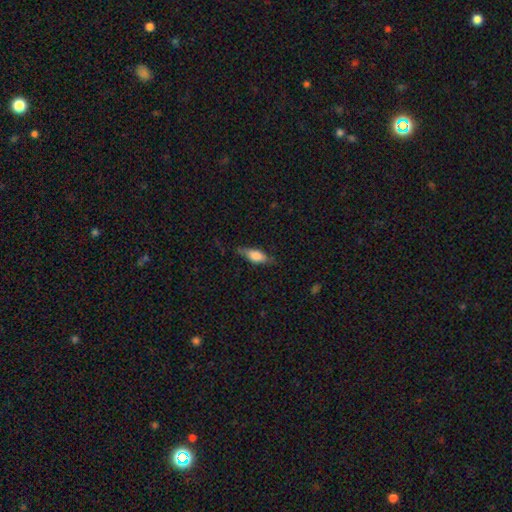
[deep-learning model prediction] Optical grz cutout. It shows a smooth galaxy with no disk features (64%) that is in between round and cigar-shaped (67%). Merging: none (70%).